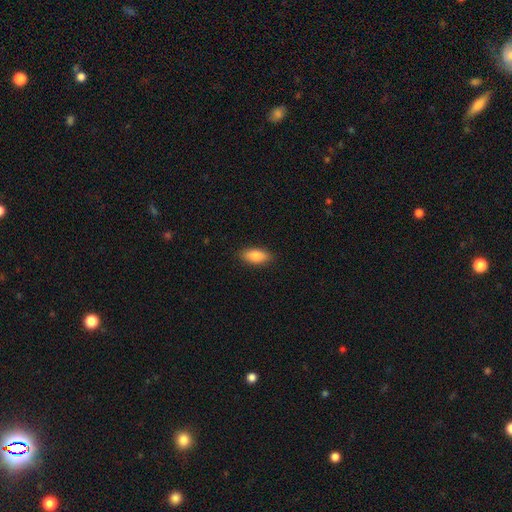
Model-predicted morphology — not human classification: smooth-or-featured: smooth: 84% | featured or disk: 10% | star or artifact: 6%
  how-rounded: in between: 83% | cigar-shaped: 14% | round: 3%
  merging: none: 88% | minor disturbance: 9% | major disturbance: 2% | merger: 1%